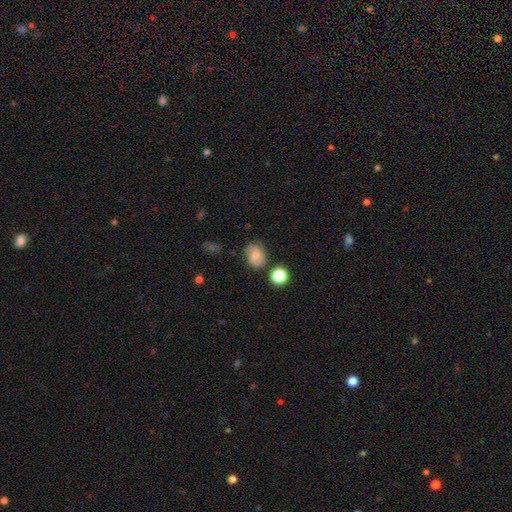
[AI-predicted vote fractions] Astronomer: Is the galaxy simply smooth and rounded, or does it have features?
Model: smooth — 50% (runner-up: featured or disk, 39%).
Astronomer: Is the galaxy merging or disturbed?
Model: none — 70%.